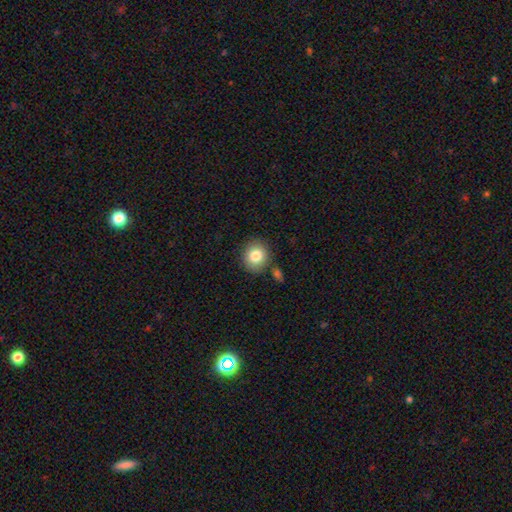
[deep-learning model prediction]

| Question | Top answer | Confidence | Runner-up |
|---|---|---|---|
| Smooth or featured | smooth | 83% | star or artifact (9%) |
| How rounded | round | 77% | in between (22%) |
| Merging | none | 82% | minor disturbance (10%) |